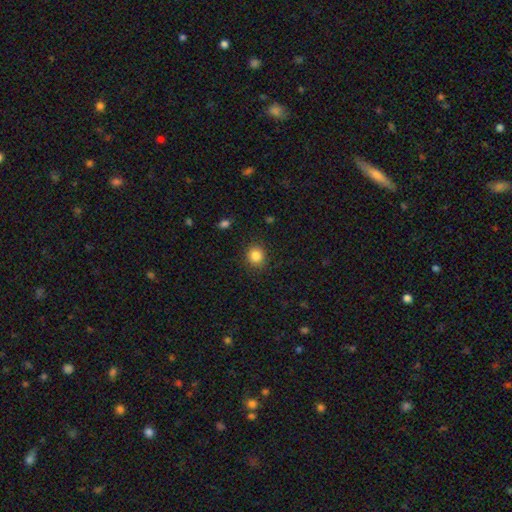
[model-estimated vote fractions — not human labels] Smooth or featured? Predicted: smooth (p=0.85). How rounded? Predicted: round (p=0.84). Merging? Predicted: none (p=0.88).